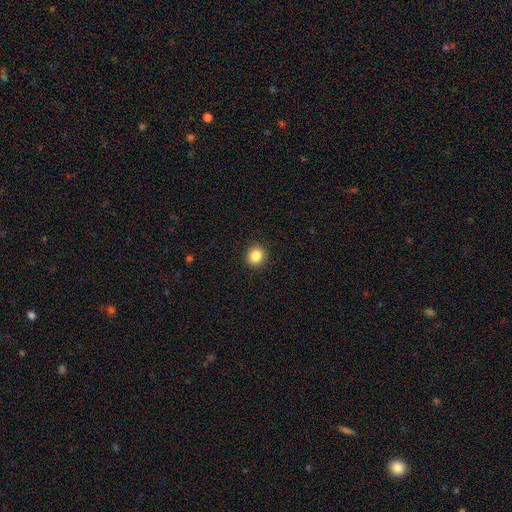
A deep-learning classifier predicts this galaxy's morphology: This is clearly a smooth galaxy (85%). How rounded: clearly round (85%). Merging: clearly none (92%).